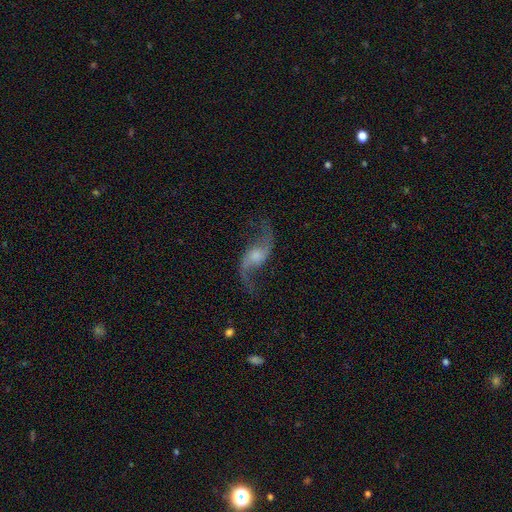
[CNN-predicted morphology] A featured or disk galaxy (88%) with no bar (52%), 2 (94%) loose (89%) spiral arms (96%) and a moderate central bulge (38%).

Vote fractions:
- Smooth or featured? featured or disk: 88% / star or artifact: 6% / smooth: 6%
- Edge-on disk? no: 95% / yes: 5%
- Bar? no: 52% / weak: 37% / strong: 11%
- Spiral arms? yes: 96% / no: 4%
- Spiral winding? loose: 89% / medium: 9% / tight: 2%
- Spiral arm count? 2: 94% / 1: 2% / can't tell: 1% / 3: 1% / 4: 1% / more than 4: 1%
- Bulge size? moderate: 38% / small: 34% / none: 13% / large: 13% / dominant: 3%
- Merging? none: 77% / minor disturbance: 13% / major disturbance: 8% / merger: 2%